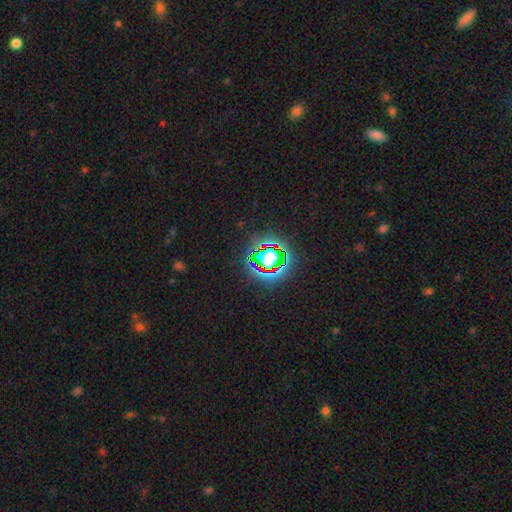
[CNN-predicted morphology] A star or artifact, not a galaxy (80%).